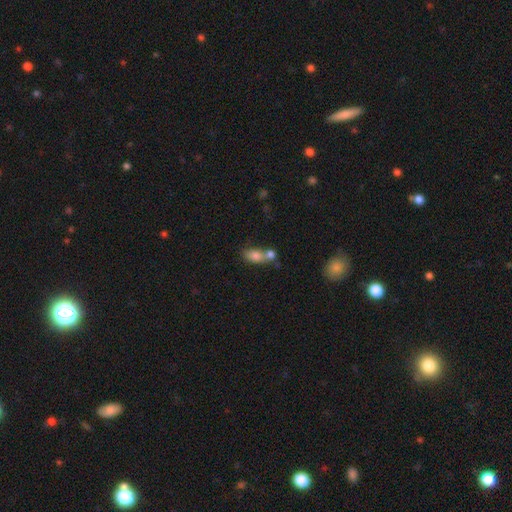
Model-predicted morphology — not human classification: smooth-or-featured: smooth: 79% | featured or disk: 12% | star or artifact: 9%
  how-rounded: in between: 81% | round: 13% | cigar-shaped: 6%
  merging: merger: 53% | none: 33% | minor disturbance: 10% | major disturbance: 5%